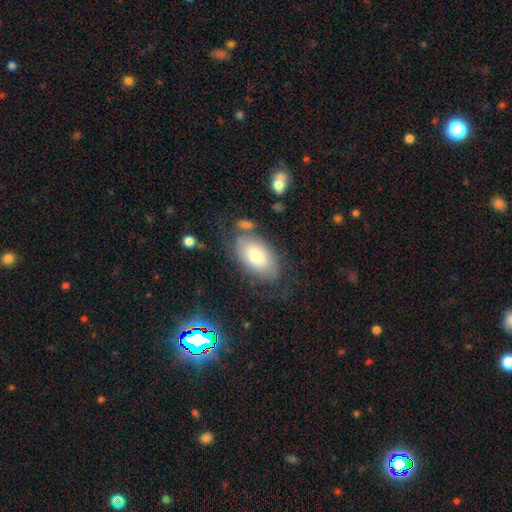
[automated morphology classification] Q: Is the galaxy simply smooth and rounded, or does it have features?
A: smooth — 53%.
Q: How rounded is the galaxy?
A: in between — 92%.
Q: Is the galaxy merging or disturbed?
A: none — 61%.